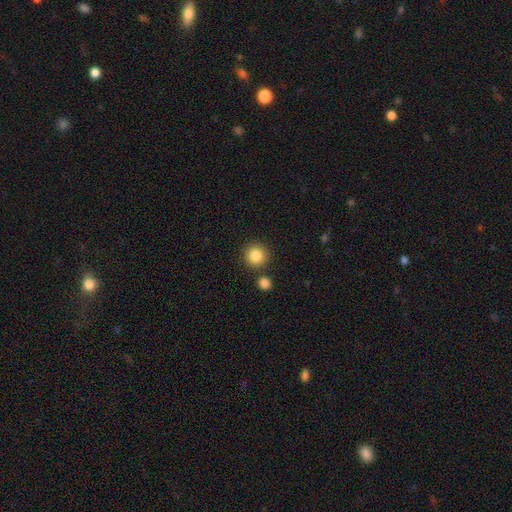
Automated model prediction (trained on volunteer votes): Smooth or featured: smooth — 86% (star or artifact — 9%)
How rounded: round — 93% (in between — 6%)
Merging: none — 83% (merger — 7%)